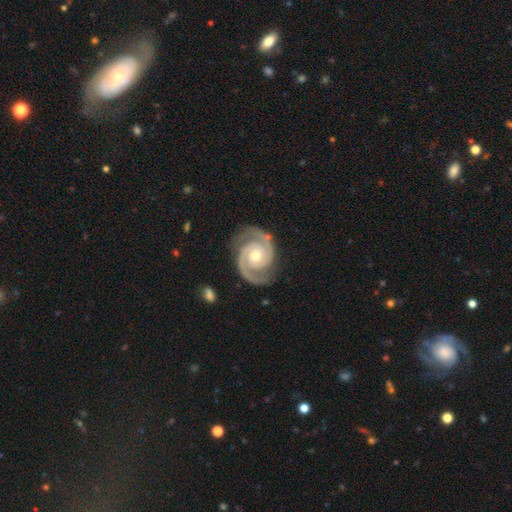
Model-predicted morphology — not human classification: featured or disk 93%, star or artifact 4%, smooth 3%. Down the decision tree: edge-on disk — no (98%); bar — no (71%); spiral arms — yes (99%); spiral arm count — 2 (94%); spiral winding — tight (55%); bulge size — moderate (61%); merging — none (84%).